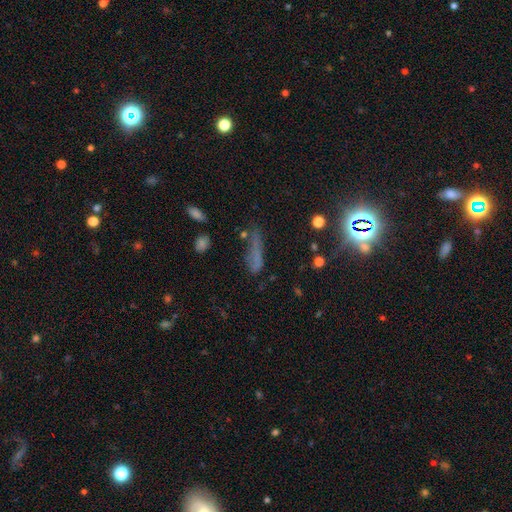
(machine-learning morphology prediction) A smooth galaxy with no disk features (52%) that is cigar-shaped (71%). Merging: none (48%).